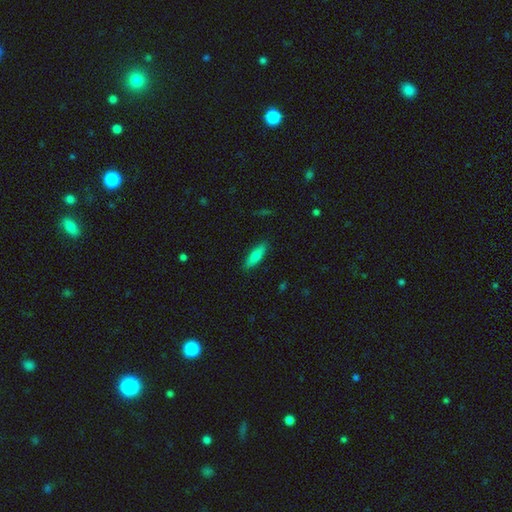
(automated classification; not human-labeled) A smooth galaxy with no disk features (73%) that is cigar-shaped (51%). Merging: none (88%).